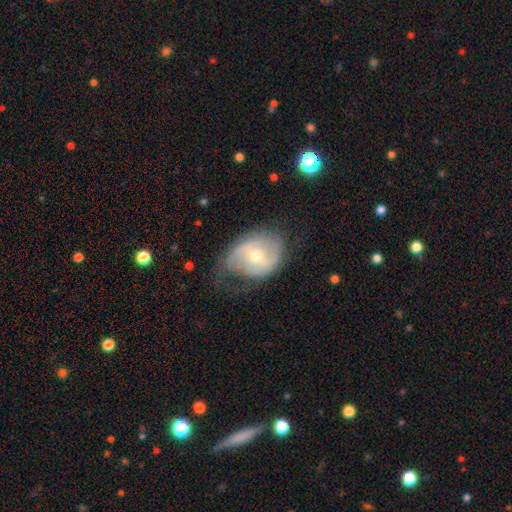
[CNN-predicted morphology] This is likely a featured or disk galaxy (70%). It is clearly not viewed edge-on (96%). Bar: possibly no (49%). Spiral arm pattern: clearly yes (83%). Spiral arm count: likely 2 (69%). Spiral winding: marginally medium (41%). Central bulge: possibly moderate (49%). Merging: possibly none (49%).